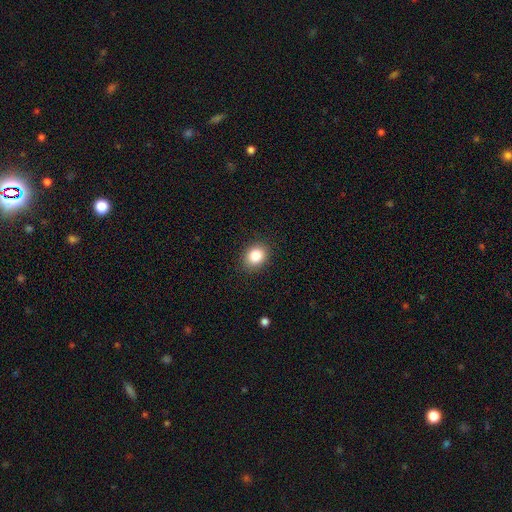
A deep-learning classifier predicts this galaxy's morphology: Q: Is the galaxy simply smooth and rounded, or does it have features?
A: smooth — 85%.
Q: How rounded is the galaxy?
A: in between — 51%.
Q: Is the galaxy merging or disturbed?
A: none — 88%.